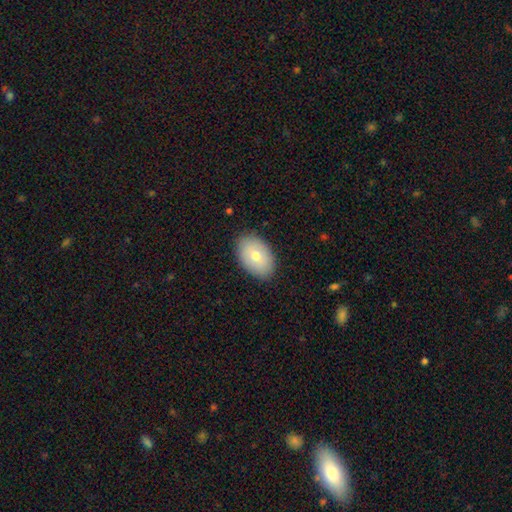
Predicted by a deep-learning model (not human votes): This appears to be a smooth galaxy with no disk features (73%) that is in between round and cigar-shaped (89%). Merging: none (87%).